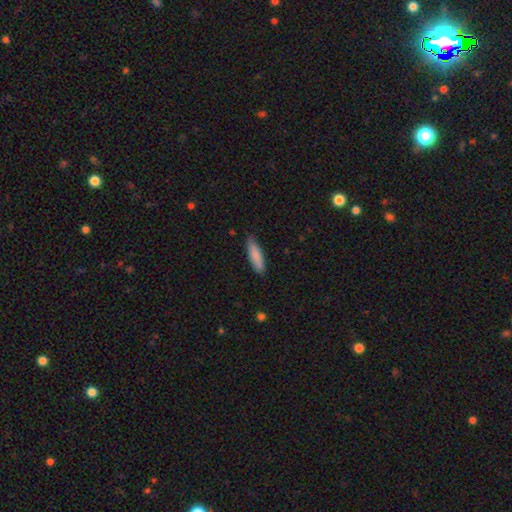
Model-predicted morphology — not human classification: This appears to be a smooth galaxy with no disk features (85%) that is cigar-shaped (62%). Merging: none (79%).